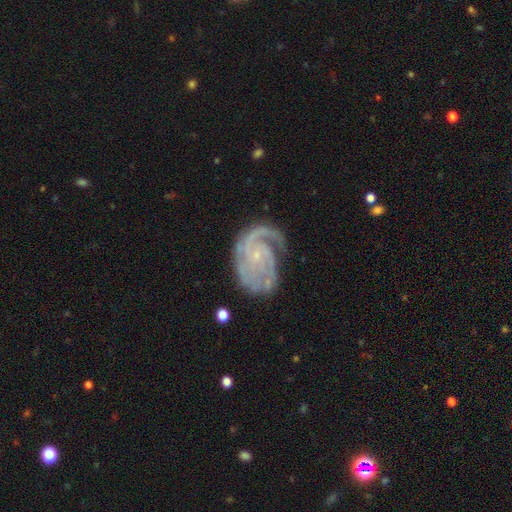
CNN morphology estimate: This appears to be a featured or disk galaxy (89%) with no bar (73%), 2 (38%) tight (57%) spiral arms (97%) and a small central bulge (85%). Merging: none (62%).